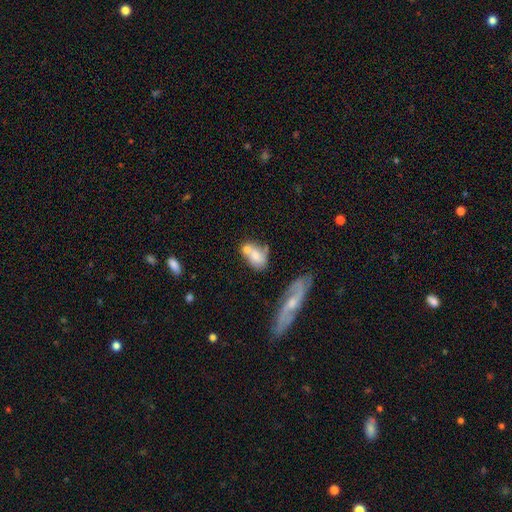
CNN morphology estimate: A smooth galaxy with no disk features (61%) that is in between round and cigar-shaped (81%).

Vote fractions:
- Smooth or featured? smooth: 61% / featured or disk: 31% / star or artifact: 9%
- How rounded? in between: 81% / round: 16% / cigar-shaped: 4%
- Merging? merger: 43% / none: 31% / minor disturbance: 17% / major disturbance: 9%